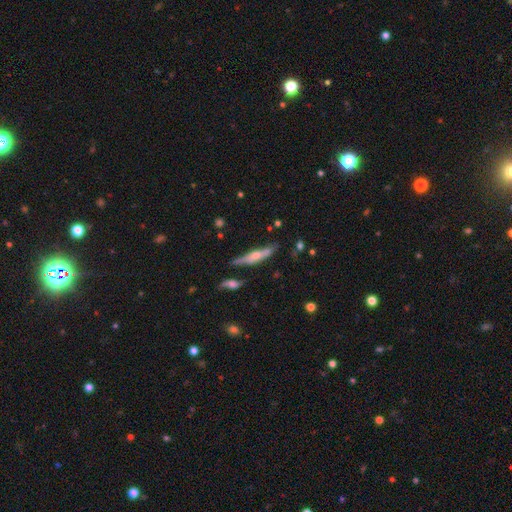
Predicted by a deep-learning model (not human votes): Smooth or featured? featured or disk (52%)
Edge-on disk? yes (85%)
Merging? none (57%)